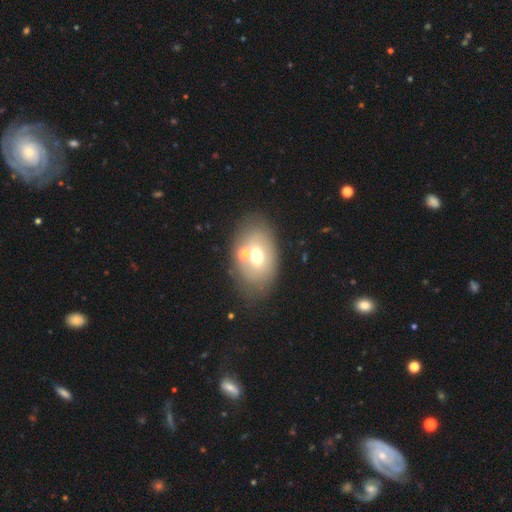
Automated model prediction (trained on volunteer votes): Smooth or featured?
  - smooth: 55% *
  - featured or disk: 33%
  - star or artifact: 12%
How rounded?
  - in between: 81% *
  - round: 18%
  - cigar-shaped: 1%
Merging?
  - none: 61% *
  - merger: 19%
  - minor disturbance: 13%
  - major disturbance: 7%